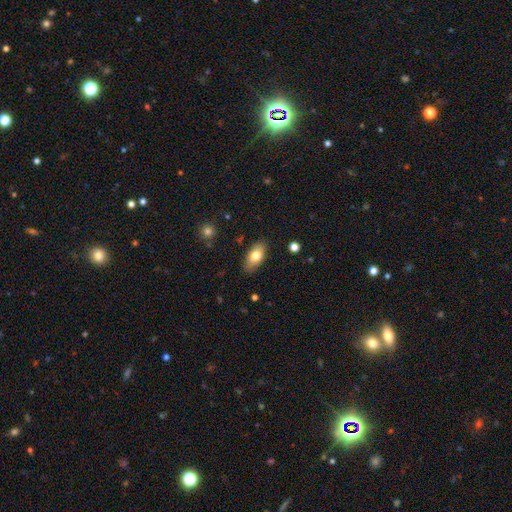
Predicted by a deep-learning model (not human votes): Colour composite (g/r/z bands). It shows a smooth galaxy with no disk features (76%) that is in between round and cigar-shaped (90%). Merging: none (86%).